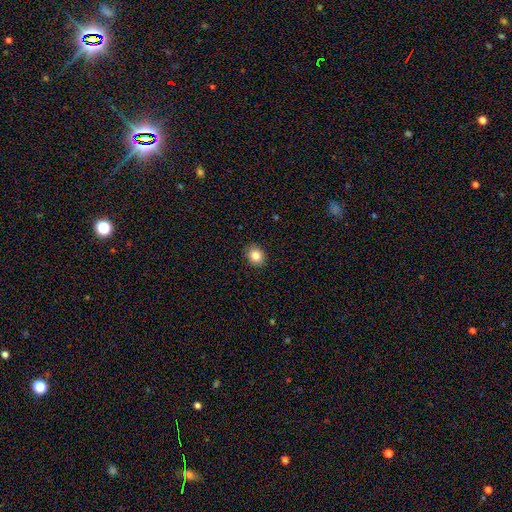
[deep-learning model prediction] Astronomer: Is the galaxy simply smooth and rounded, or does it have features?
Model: smooth — 84%.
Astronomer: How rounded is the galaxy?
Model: round — 56% (runner-up: in between, 43%).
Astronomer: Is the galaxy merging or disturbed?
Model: none — 90%.